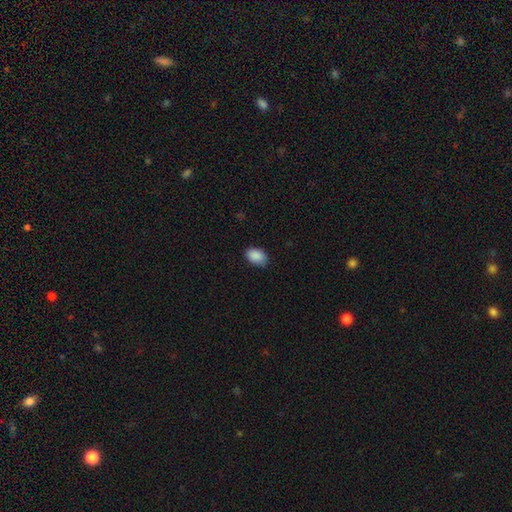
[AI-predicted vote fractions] This appears to be a smooth galaxy with no disk features (90%) that is in between round and cigar-shaped (84%). Merging: none (81%).